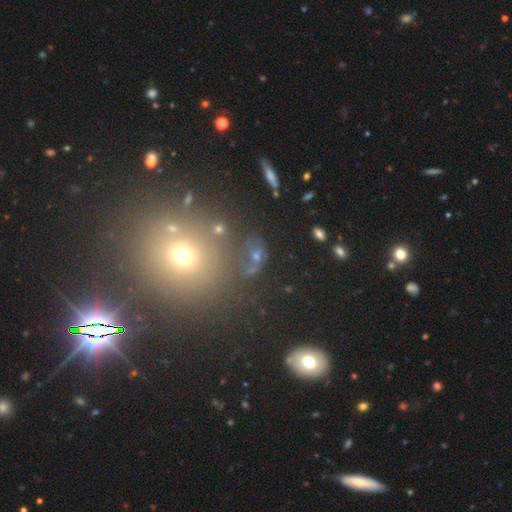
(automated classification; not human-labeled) A smooth galaxy with no disk features (44%).

Vote fractions:
- Smooth or featured? smooth: 44% / star or artifact: 32% / featured or disk: 23%
- Merging? none: 63% / minor disturbance: 14% / major disturbance: 11% / merger: 11%